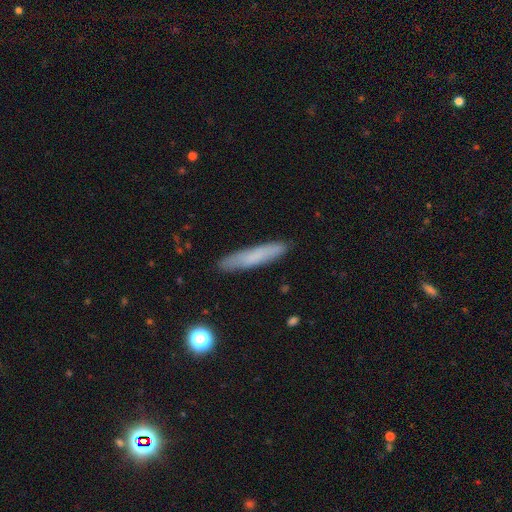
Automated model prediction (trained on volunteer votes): A smooth galaxy with no disk features (72%) that is cigar-shaped (90%). Merging: none (87%).